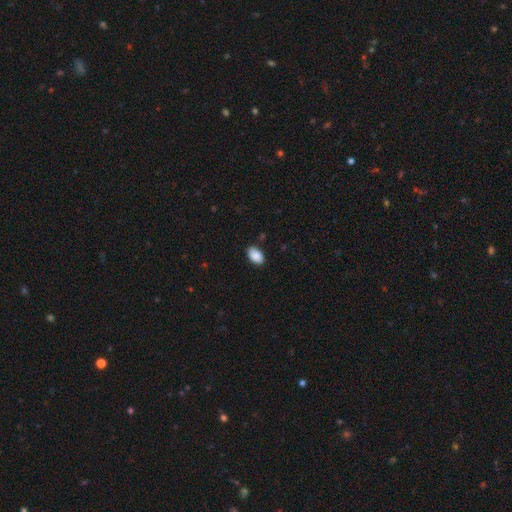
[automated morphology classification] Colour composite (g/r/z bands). It shows a smooth galaxy with no disk features (89%) that is in between round and cigar-shaped (92%). Merging: none (84%).